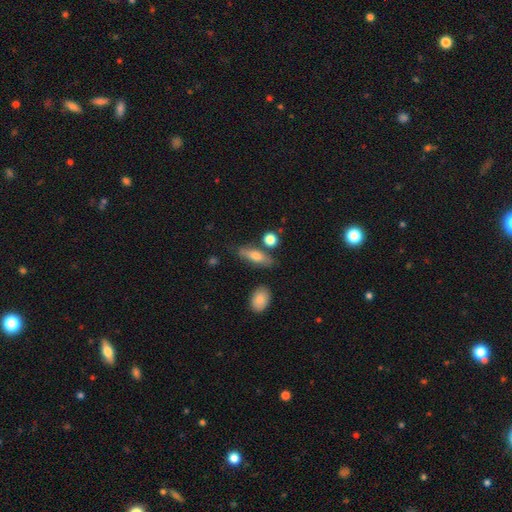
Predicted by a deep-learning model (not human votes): This appears to be a smooth galaxy with no disk features (66%) that is in between round and cigar-shaped (57%). Merging: none (70%).